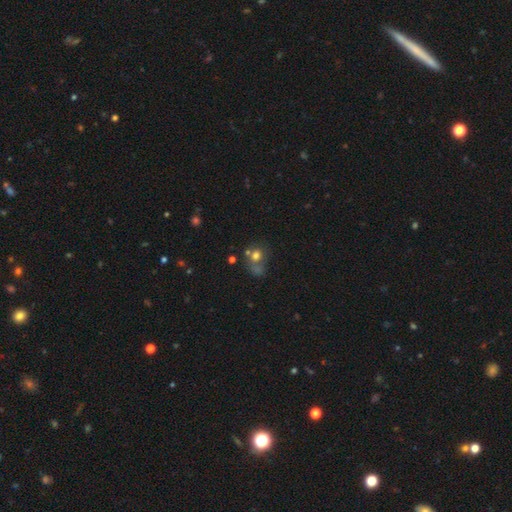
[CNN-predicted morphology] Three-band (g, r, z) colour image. It shows a smooth galaxy with no disk features (66%) that is round (68%). Merging: none (40%).